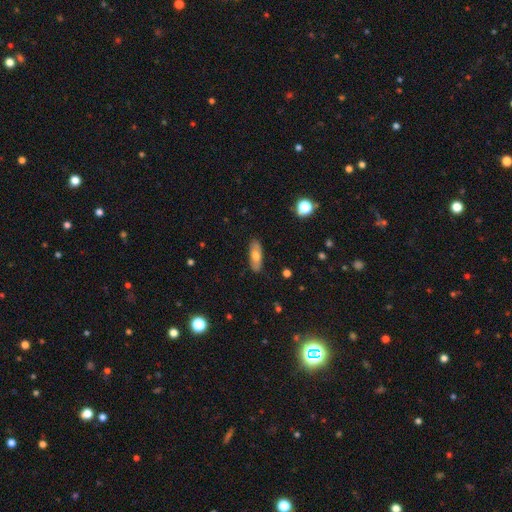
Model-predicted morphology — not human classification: This is likely a smooth galaxy (67%). How rounded: likely in between (70%). Merging: clearly none (87%).